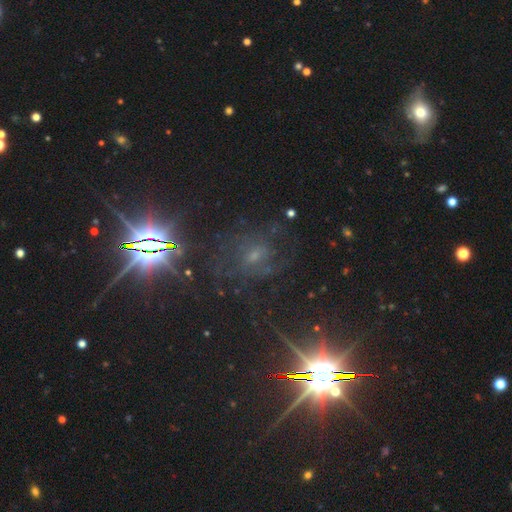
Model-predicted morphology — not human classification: Q: Smooth or featured?
A: star or artifact (57%); runner-up: featured or disk (29%)